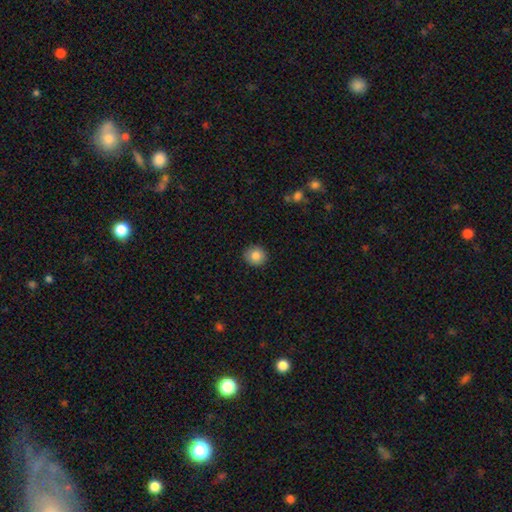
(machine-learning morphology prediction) Smooth or featured? smooth (83%)
How rounded? round (88%)
Merging? none (91%)